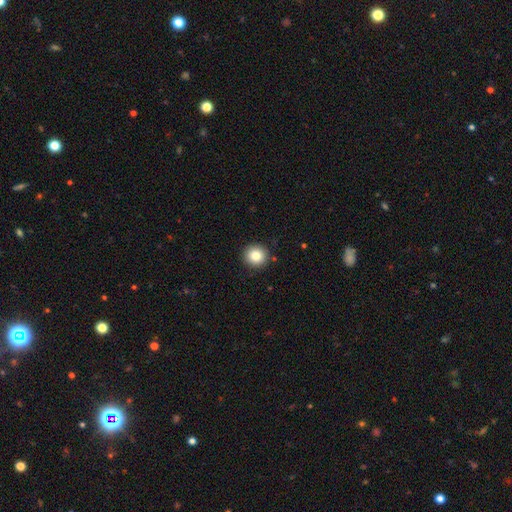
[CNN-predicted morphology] Smooth or featured?
  - smooth: 83% *
  - star or artifact: 10%
  - featured or disk: 8%
How rounded?
  - round: 93% *
  - in between: 6%
  - cigar-shaped: 1%
Merging?
  - none: 92% *
  - minor disturbance: 5%
  - major disturbance: 2%
  - merger: 1%